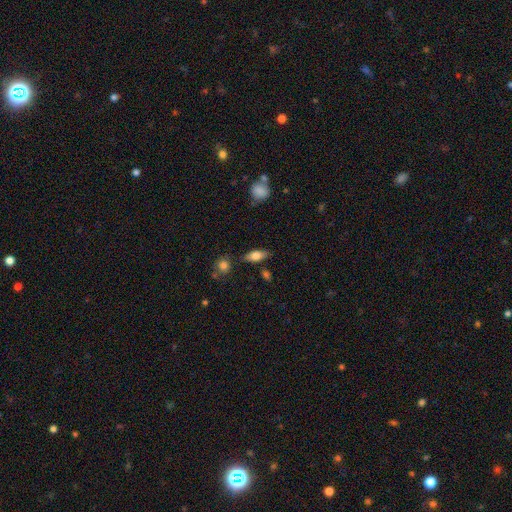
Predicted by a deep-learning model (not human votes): This is likely a smooth galaxy (71%). How rounded: likely in between (78%). Merging: likely none (78%).